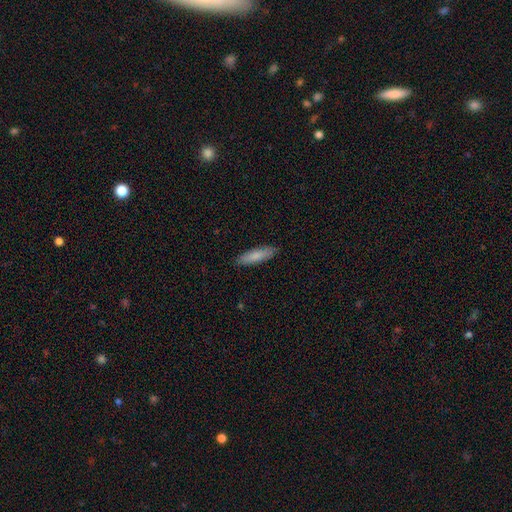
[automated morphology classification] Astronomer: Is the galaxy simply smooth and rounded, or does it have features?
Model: smooth — 83%.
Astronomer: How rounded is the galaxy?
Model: cigar-shaped — 62%.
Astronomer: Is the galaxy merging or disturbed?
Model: none — 87%.